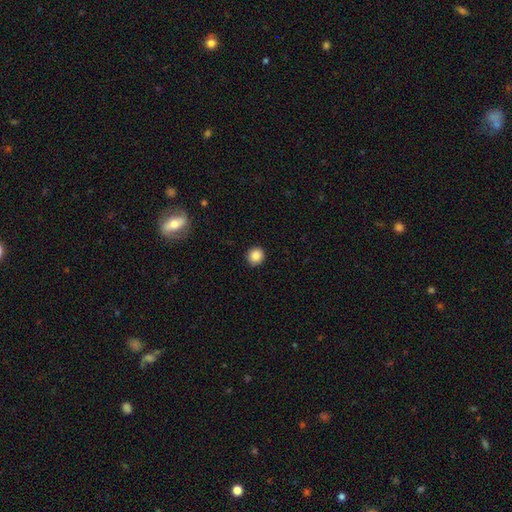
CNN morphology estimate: A smooth galaxy with no disk features (87%) that is round (92%).

Vote fractions:
- Smooth or featured? smooth: 87% / star or artifact: 10% / featured or disk: 3%
- How rounded? round: 92% / in between: 7% / cigar-shaped: 1%
- Merging? none: 91% / minor disturbance: 6% / major disturbance: 2% / merger: 1%